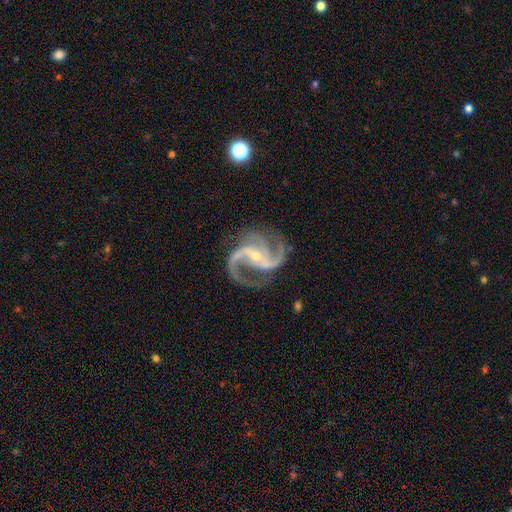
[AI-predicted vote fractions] The model was most divided on "bar" (2-way tie): strong: 34%, no: 34%, weak: 32%. More confident: spiral arms — yes (99%); edge-on disk — no (98%); smooth or featured — featured or disk (94%); merging — none (74%); bulge size — small (73%); spiral winding — medium (64%); spiral arm count — 2 (63%).